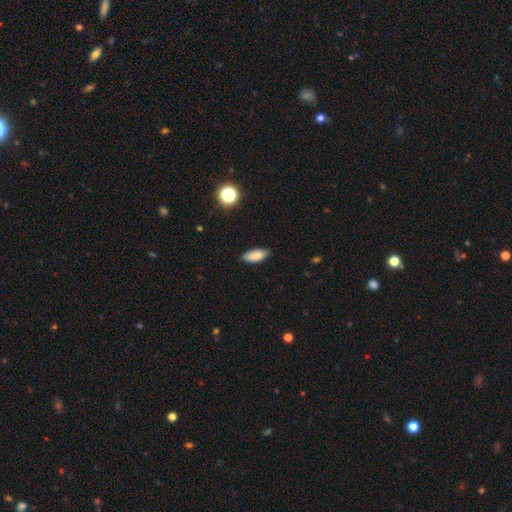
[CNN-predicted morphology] smooth 85%, star or artifact 8%, featured or disk 7%. Down the decision tree: how rounded — in between (84%); merging — none (85%).